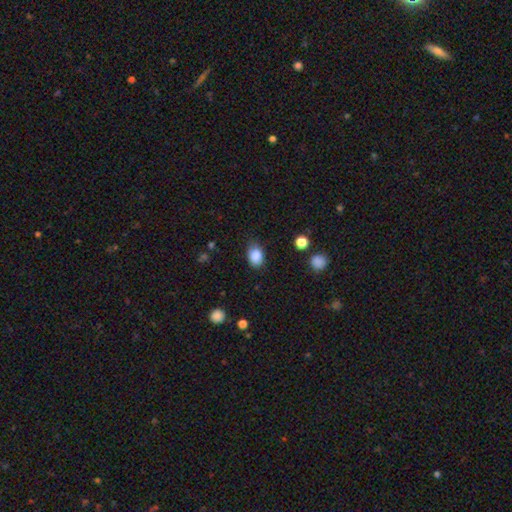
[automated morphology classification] smooth_or_featured: smooth (p=0.87) [alt: star or artifact p=0.09]
how_rounded: in between (p=0.76) [alt: round p=0.23]
merging: none (p=0.71) [alt: minor disturbance p=0.22]